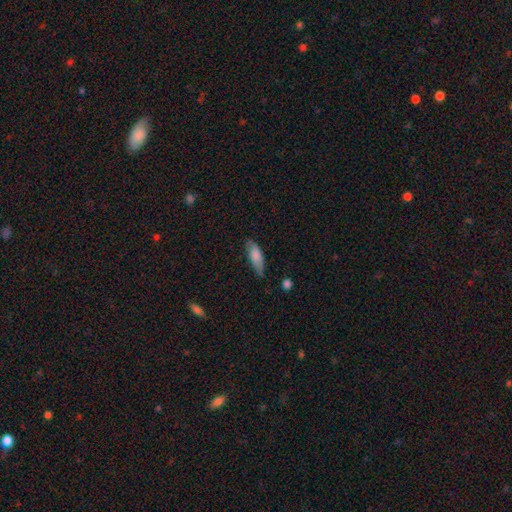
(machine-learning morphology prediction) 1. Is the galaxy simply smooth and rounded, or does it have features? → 77% smooth, 17% featured or disk, 6% star or artifact.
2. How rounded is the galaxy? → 61% in between, 37% cigar-shaped, 2% round.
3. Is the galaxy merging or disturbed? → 63% none, 29% minor disturbance, 6% major disturbance, 2% merger.